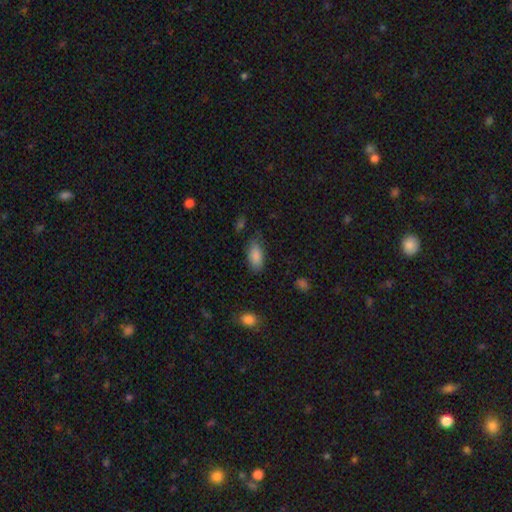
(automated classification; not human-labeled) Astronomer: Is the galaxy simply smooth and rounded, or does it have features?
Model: smooth — 87%.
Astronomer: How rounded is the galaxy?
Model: in between — 91%.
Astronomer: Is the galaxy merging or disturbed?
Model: none — 74%.